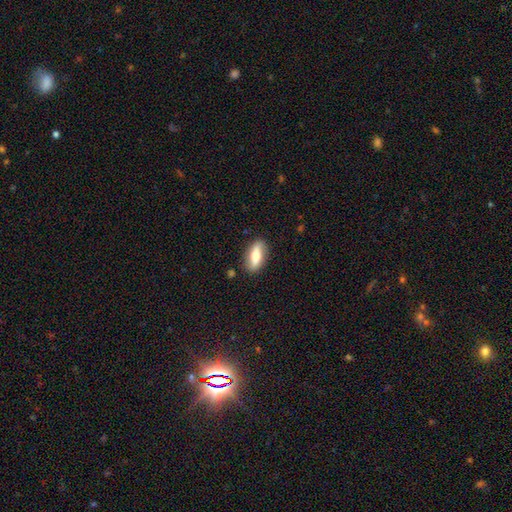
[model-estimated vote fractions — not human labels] A smooth galaxy with no disk features (60%) that is in between round and cigar-shaped (77%).

Vote fractions:
- Smooth or featured? smooth: 60% / featured or disk: 34% / star or artifact: 6%
- How rounded? in between: 77% / cigar-shaped: 19% / round: 4%
- Merging? none: 84% / minor disturbance: 12% / major disturbance: 3% / merger: 2%